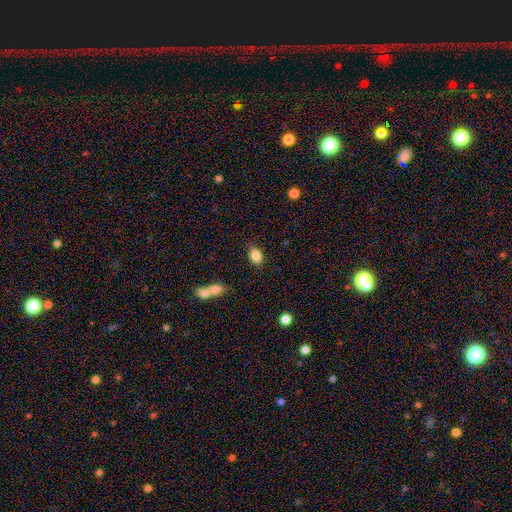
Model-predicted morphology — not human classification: Smooth or featured?
  - smooth: 86% *
  - star or artifact: 8%
  - featured or disk: 5%
How rounded?
  - in between: 87% *
  - round: 11%
  - cigar-shaped: 2%
Merging?
  - none: 83% *
  - minor disturbance: 11%
  - major disturbance: 3%
  - merger: 3%